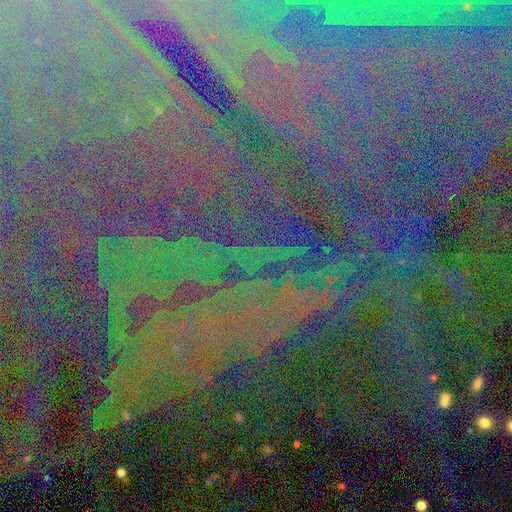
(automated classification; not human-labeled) Smooth or featured? Predicted: star or artifact (p=0.85).